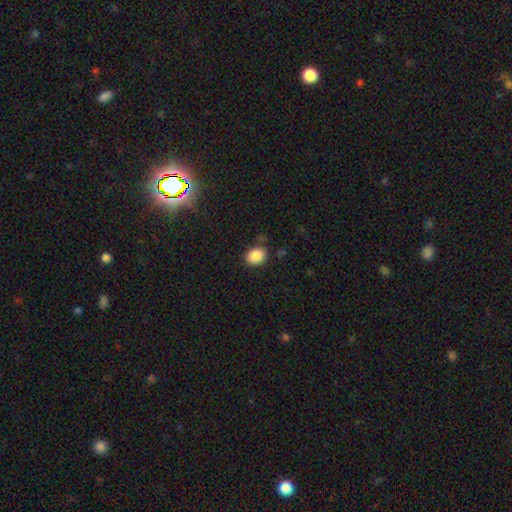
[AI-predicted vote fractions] This is clearly a smooth galaxy (87%). How rounded: likely in between (62%). Merging: likely none (79%).